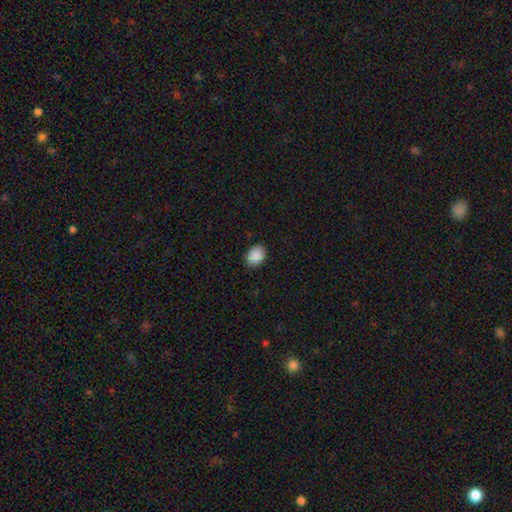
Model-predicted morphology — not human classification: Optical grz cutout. It shows a smooth galaxy with no disk features (90%) that is in between round and cigar-shaped (67%). Merging: none (88%).